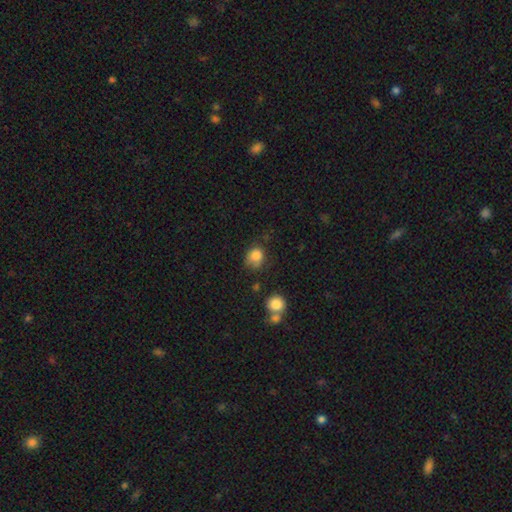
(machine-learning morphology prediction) Overall: smooth (83%). How rounded: round (67%; in between 32%). Merging: none (52%; minor disturbance 32%).